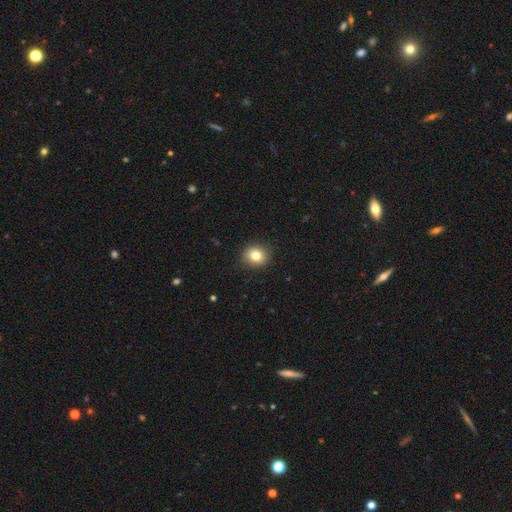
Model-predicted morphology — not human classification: smooth 81%, star or artifact 11%, featured or disk 8%. Down the decision tree: how rounded — round (78%); merging — none (90%).